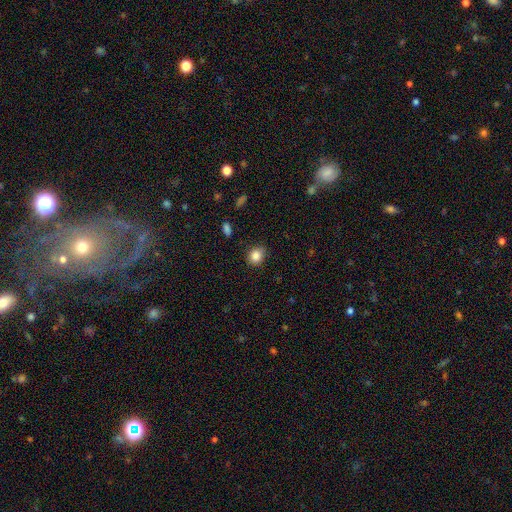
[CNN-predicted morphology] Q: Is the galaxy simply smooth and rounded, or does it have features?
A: smooth — 86%.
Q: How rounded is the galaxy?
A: round — 64%.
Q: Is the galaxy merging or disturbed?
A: none — 83%.